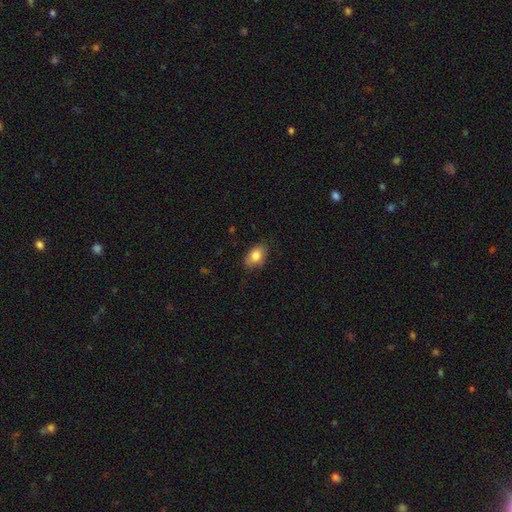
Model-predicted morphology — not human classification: Smooth or featured? Predicted: smooth (p=0.82). How rounded? Predicted: in between (p=0.87). Merging? Predicted: none (p=0.78).